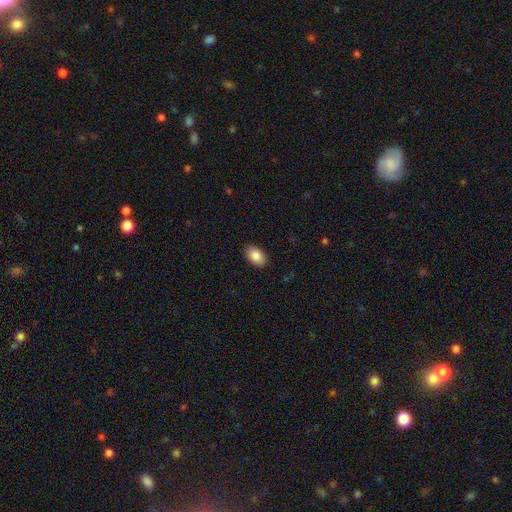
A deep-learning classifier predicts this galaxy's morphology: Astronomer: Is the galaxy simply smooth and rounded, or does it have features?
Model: smooth — 87%.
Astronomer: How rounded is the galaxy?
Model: in between — 90%.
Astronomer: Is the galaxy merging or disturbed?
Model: none — 89%.